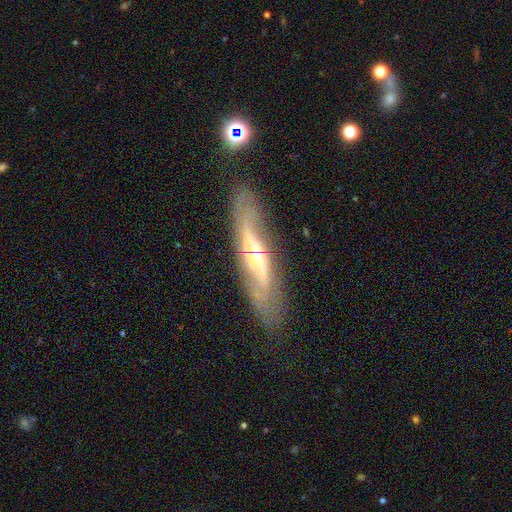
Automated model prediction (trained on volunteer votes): Morphology: type=featured or disk (75%); edge-on=no (56%); merging=none (77%).